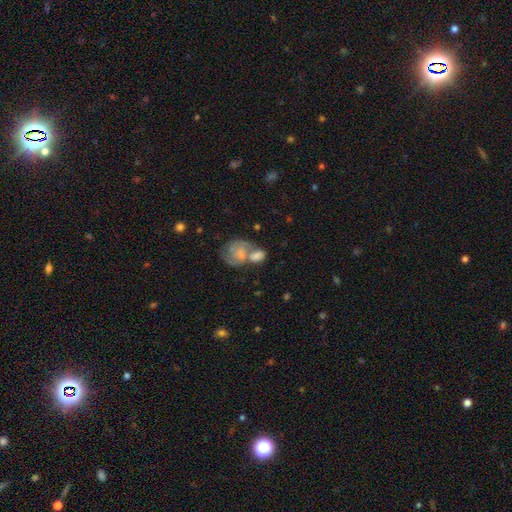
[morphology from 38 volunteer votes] A smooth galaxy with no disk features (47%, tied with featured or disk) that is in between round and cigar-shaped (94%). Merging: merger (39%).